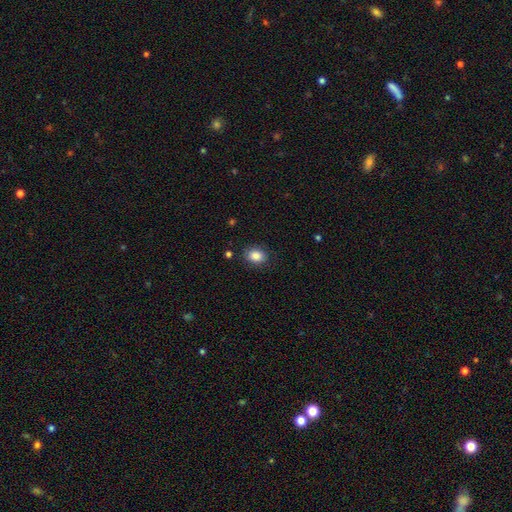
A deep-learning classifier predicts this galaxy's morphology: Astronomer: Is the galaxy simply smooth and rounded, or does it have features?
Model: smooth — 86%.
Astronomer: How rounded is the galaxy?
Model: in between — 61% (runner-up: round, 38%).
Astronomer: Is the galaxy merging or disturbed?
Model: none — 83%.